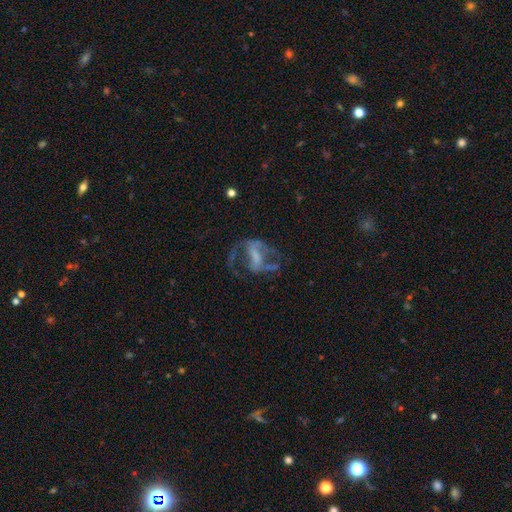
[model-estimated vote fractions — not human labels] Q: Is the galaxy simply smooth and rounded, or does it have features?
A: featured or disk — 71%.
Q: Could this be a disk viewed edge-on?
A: no — 96%.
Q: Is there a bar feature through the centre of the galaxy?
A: strong — 38%.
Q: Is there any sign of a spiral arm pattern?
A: yes — 60%.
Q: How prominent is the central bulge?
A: none — 37%.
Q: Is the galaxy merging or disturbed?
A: major disturbance — 44%.